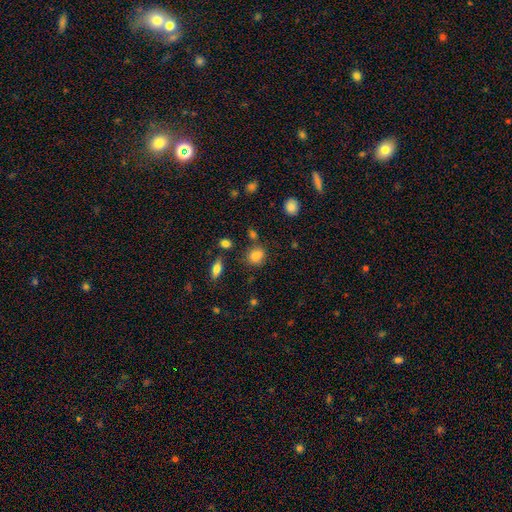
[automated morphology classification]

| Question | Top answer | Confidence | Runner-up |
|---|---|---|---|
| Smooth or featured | smooth | 81% | star or artifact (11%) |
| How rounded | round | 71% | in between (28%) |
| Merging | none | 74% | minor disturbance (14%) |